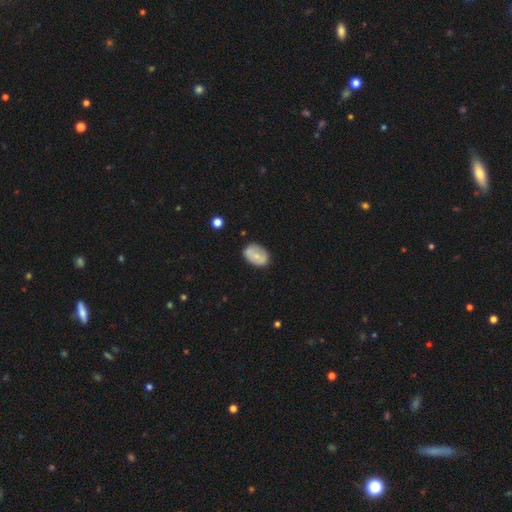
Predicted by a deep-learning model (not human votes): smooth-or-featured: smooth: 61% | featured or disk: 32% | star or artifact: 7%
  how-rounded: in between: 79% | round: 19% | cigar-shaped: 1%
  merging: none: 73% | minor disturbance: 20% | major disturbance: 4% | merger: 3%